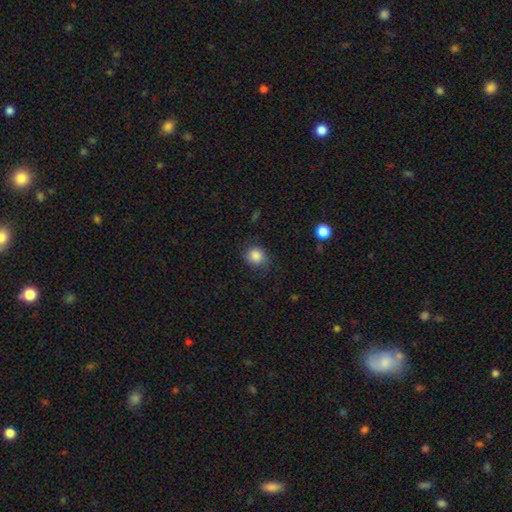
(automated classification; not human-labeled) Smooth or featured?
  - smooth: 85% *
  - star or artifact: 10%
  - featured or disk: 5%
How rounded?
  - round: 81% *
  - in between: 18%
  - cigar-shaped: 1%
Merging?
  - none: 81% *
  - minor disturbance: 13%
  - major disturbance: 4%
  - merger: 1%